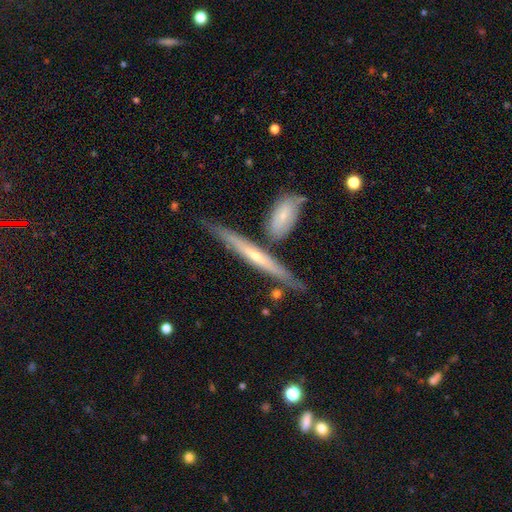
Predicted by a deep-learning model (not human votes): smooth_or_featured: featured or disk (p=0.68) [alt: smooth p=0.26]
disk_edge_on: yes (p=0.93) [alt: no p=0.07]
edge_on_bulge: rounded (p=0.46) [tied with: none p=0.46]
merging: none (p=0.74) [alt: minor disturbance p=0.12]